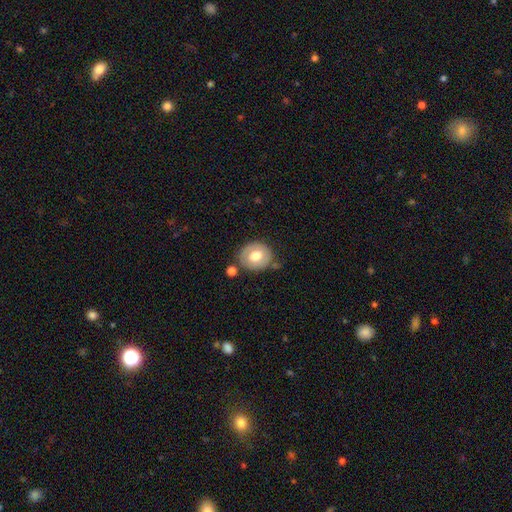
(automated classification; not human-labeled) Q: Smooth or featured?
A: smooth (63%); runner-up: featured or disk (30%)
Q: How rounded?
A: round (60%); runner-up: in between (39%)
Q: Merging?
A: none (71%); runner-up: minor disturbance (17%)